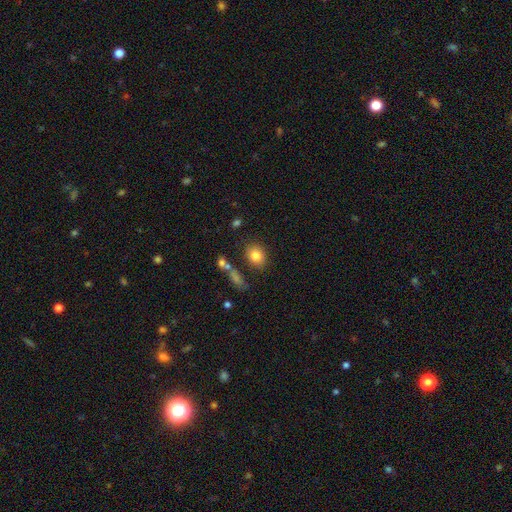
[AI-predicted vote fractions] Q: Smooth or featured?
A: smooth (81%); runner-up: star or artifact (10%)
Q: How rounded?
A: round (50%); runner-up: in between (49%)
Q: Merging?
A: none (77%); runner-up: minor disturbance (13%)